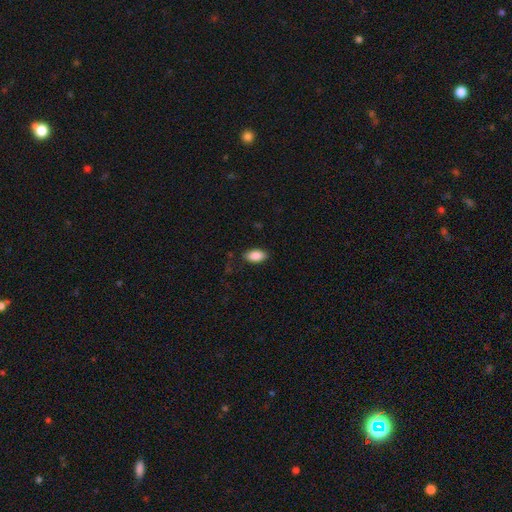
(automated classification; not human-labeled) Smooth or featured? smooth (88%)
How rounded? in between (93%)
Merging? none (85%)